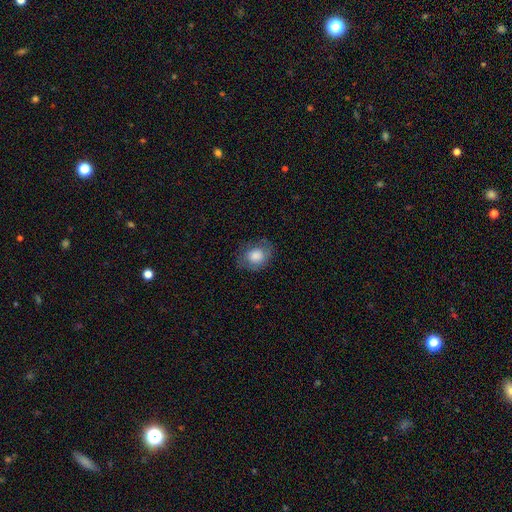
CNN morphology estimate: Smooth or featured?
  - smooth: 75% *
  - featured or disk: 17%
  - star or artifact: 8%
How rounded?
  - round: 54% *
  - in between: 45%
  - cigar-shaped: 1%
Merging?
  - none: 69% *
  - minor disturbance: 20%
  - major disturbance: 9%
  - merger: 1%